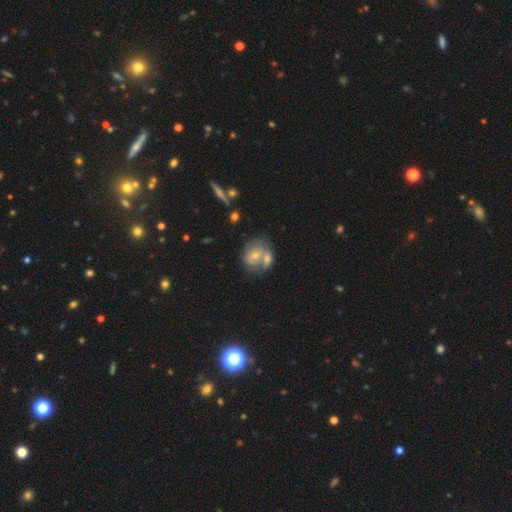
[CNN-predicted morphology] The model was most divided on "smooth or featured": smooth: 50%, featured or disk: 42%, star or artifact: 8%. More confident: merging — merger (57%).